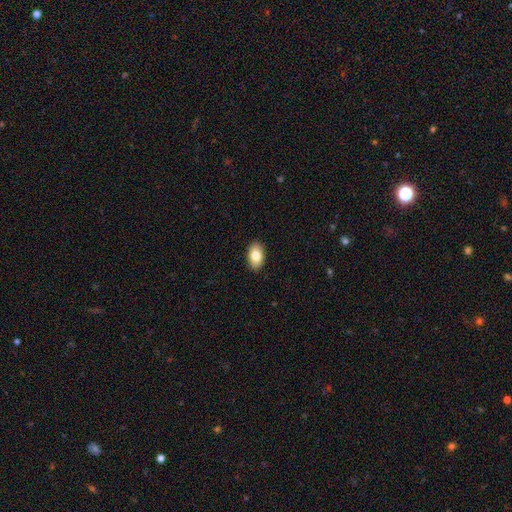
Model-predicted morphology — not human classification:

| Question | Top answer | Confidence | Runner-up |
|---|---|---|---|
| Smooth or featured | smooth | 82% | featured or disk (11%) |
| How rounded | in between | 92% | round (6%) |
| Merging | none | 90% | minor disturbance (7%) |